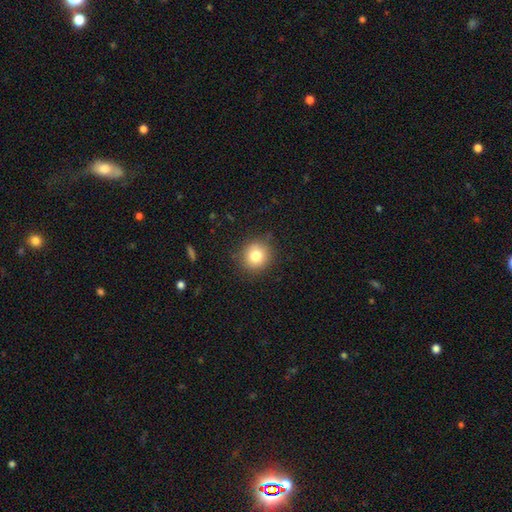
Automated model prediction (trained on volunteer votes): A smooth galaxy with no disk features (80%) that is round (91%). Merging: none (87%).